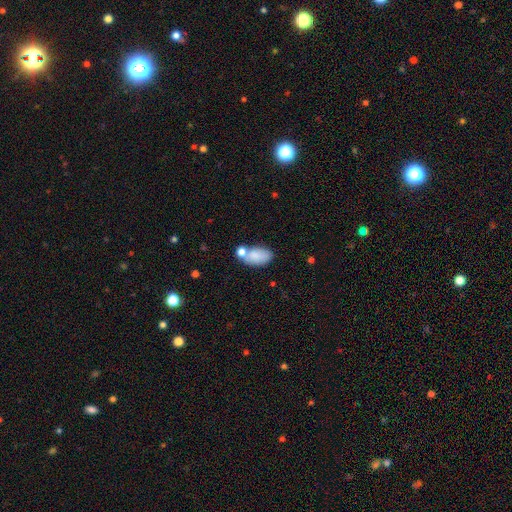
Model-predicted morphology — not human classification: Smooth or featured? smooth (81%)
How rounded? in between (93%)
Merging? none (50%)